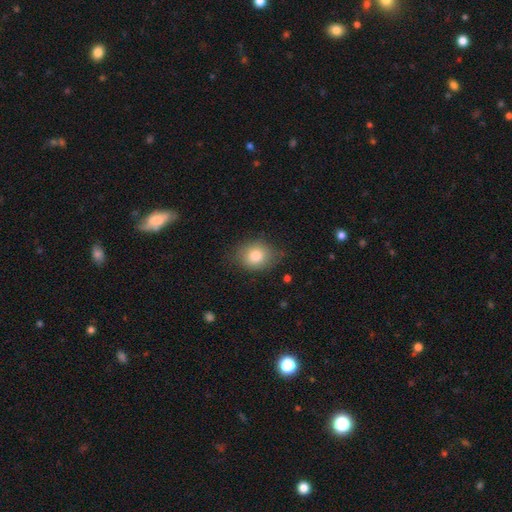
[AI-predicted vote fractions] Smooth or featured?
  - smooth: 81% *
  - featured or disk: 10%
  - star or artifact: 9%
How rounded?
  - round: 53% *
  - in between: 46%
  - cigar-shaped: 1%
Merging?
  - none: 75% *
  - minor disturbance: 19%
  - major disturbance: 4%
  - merger: 1%